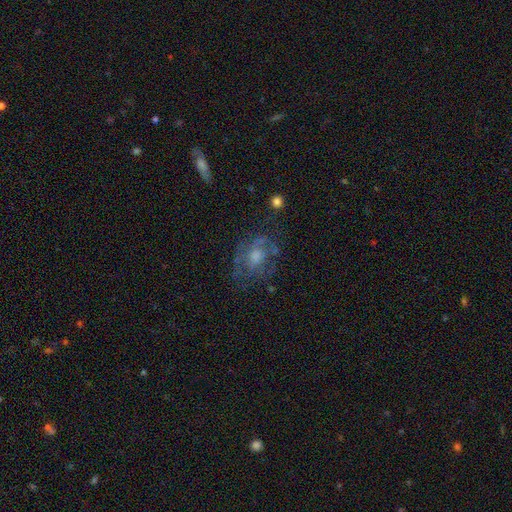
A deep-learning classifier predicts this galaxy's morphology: This is possibly a featured or disk galaxy (60%). It is clearly not viewed edge-on (96%). Bar: likely no (79%). Spiral arm pattern: possibly no (51%). Central bulge: possibly moderate (46%). Merging: possibly none (56%).